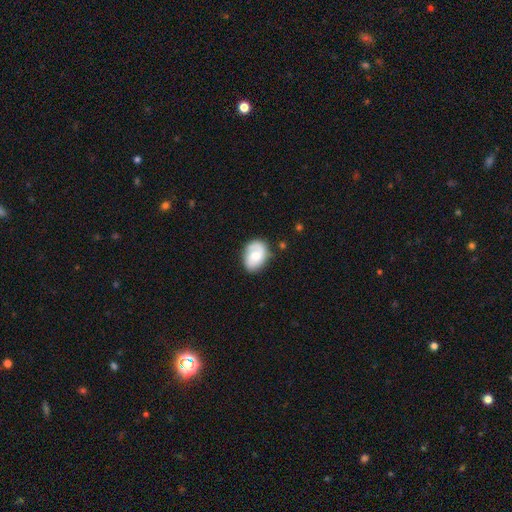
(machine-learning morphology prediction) Smooth or featured? Predicted: smooth (p=0.48). Merging? Predicted: none (p=0.67).